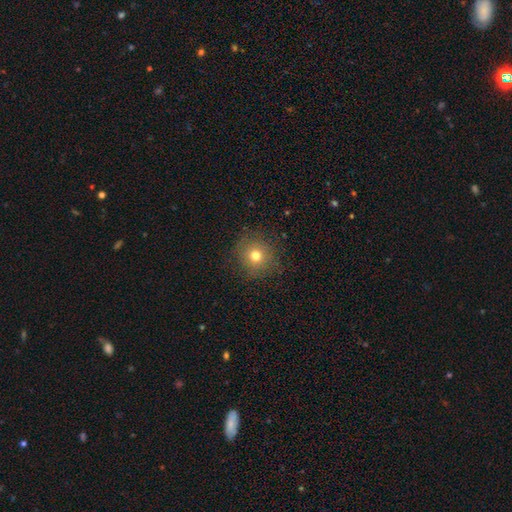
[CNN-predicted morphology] A smooth galaxy with no disk features (74%) that is round (92%). Merging: none (87%).